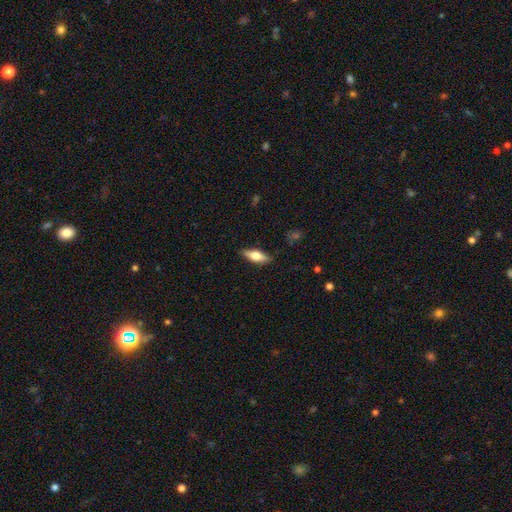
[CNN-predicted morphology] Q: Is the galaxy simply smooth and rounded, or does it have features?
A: smooth — 51%.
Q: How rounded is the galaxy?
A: in between — 60%.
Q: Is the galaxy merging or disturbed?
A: none — 85%.